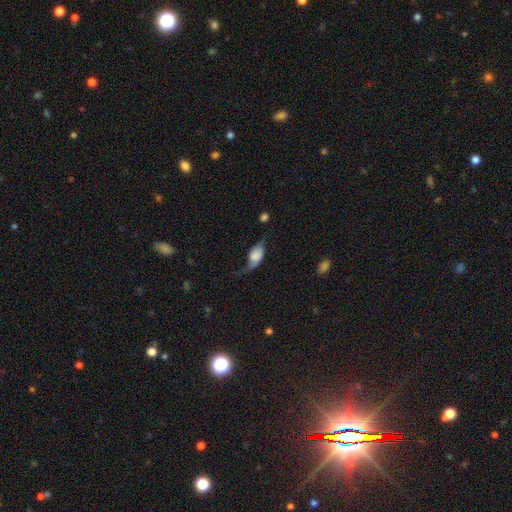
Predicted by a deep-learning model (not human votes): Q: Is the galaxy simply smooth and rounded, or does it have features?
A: featured or disk — 53%.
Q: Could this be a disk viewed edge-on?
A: no — 76%.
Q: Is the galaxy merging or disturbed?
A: none — 38%.